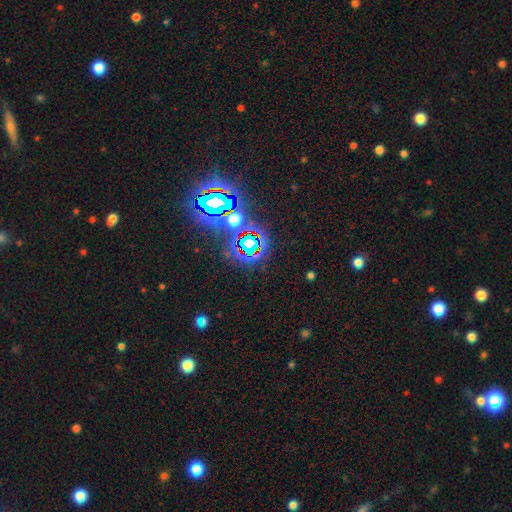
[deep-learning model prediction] The model was most divided on "smooth or featured": star or artifact: 80%, smooth: 12%, featured or disk: 7%.